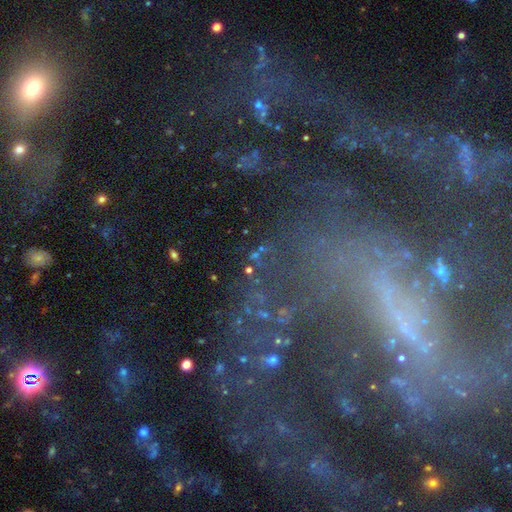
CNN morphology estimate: The model was most divided on "smooth or featured": star or artifact: 59%, featured or disk: 23%, smooth: 18%.